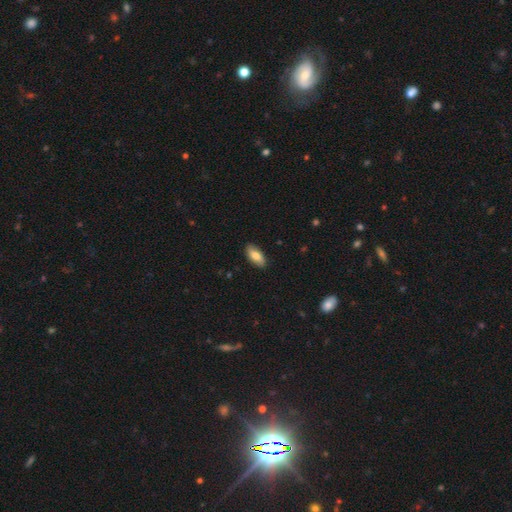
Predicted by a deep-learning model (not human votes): Overall: smooth (78%). How rounded: in between (88%). Merging: none (87%).